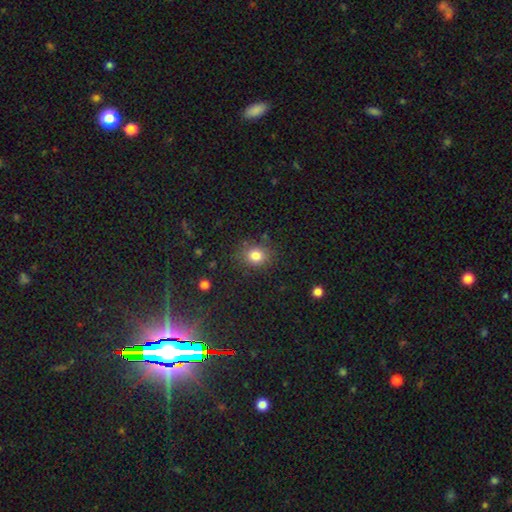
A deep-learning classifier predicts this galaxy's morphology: smooth_or_featured: smooth (p=0.81) [alt: star or artifact p=0.12]
how_rounded: round (p=0.69) [alt: in between p=0.30]
merging: none (p=0.83) [alt: minor disturbance p=0.11]